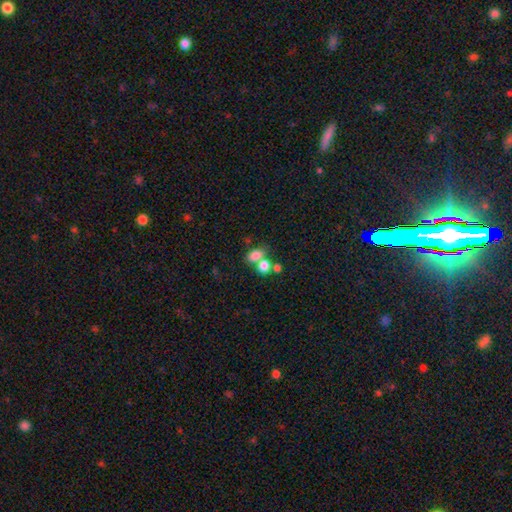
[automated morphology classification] A smooth galaxy with no disk features (78%) that is in between round and cigar-shaped (72%).

Vote fractions:
- Smooth or featured? smooth: 78% / star or artifact: 12% / featured or disk: 10%
- How rounded? in between: 72% / round: 26% / cigar-shaped: 2%
- Merging? merger: 44% / none: 41% / minor disturbance: 10% / major disturbance: 6%